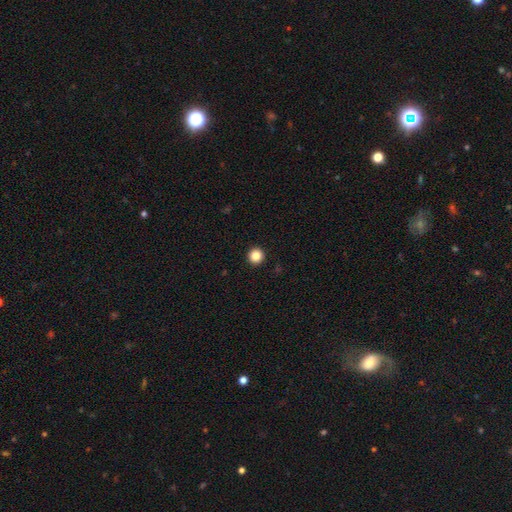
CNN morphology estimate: Smooth or featured?
  - smooth: 85% *
  - star or artifact: 11%
  - featured or disk: 4%
How rounded?
  - round: 96% *
  - in between: 3%
  - cigar-shaped: 1%
Merging?
  - none: 94% *
  - minor disturbance: 3%
  - major disturbance: 1%
  - merger: 1%